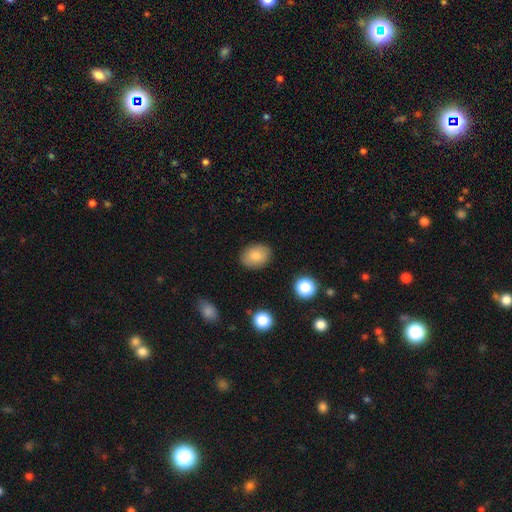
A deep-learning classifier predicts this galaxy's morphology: The model was most divided on "how rounded": in between: 72%, round: 27%, cigar-shaped: 1%. More confident: merging — none (87%); smooth or featured — smooth (82%).